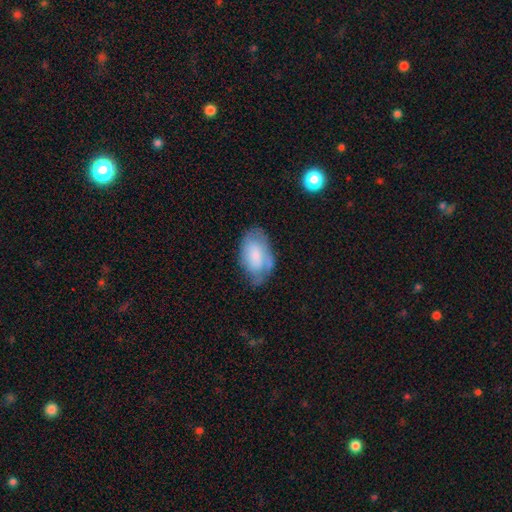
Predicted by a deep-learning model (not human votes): Smooth or featured? Predicted: smooth (p=0.63). How rounded? Predicted: in between (p=0.93). Merging? Predicted: none (p=0.54).